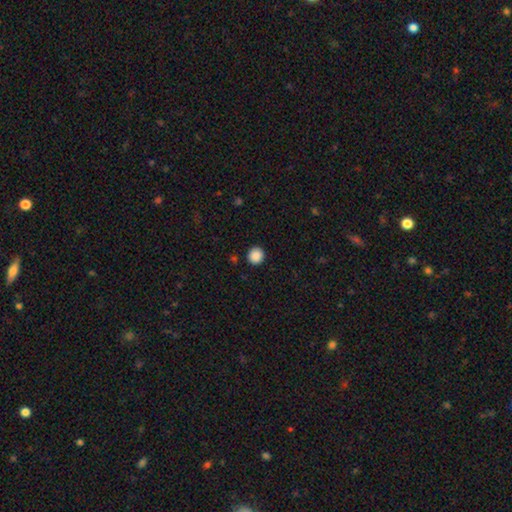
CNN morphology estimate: Q: Smooth or featured?
A: smooth (88%); runner-up: star or artifact (9%)
Q: How rounded?
A: round (93%); runner-up: in between (6%)
Q: Merging?
A: none (91%); runner-up: minor disturbance (6%)